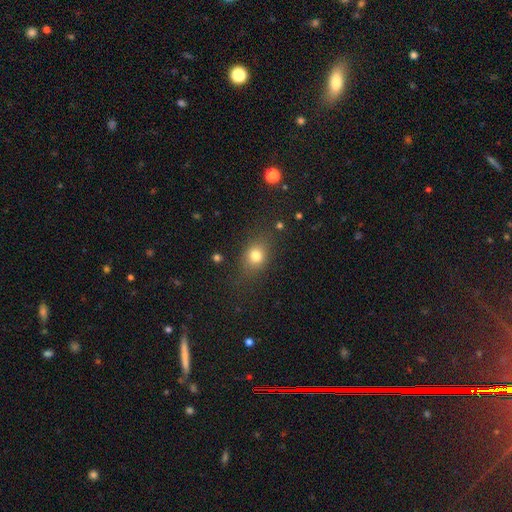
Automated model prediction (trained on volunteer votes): Smooth or featured?
  - smooth: 78% *
  - star or artifact: 13%
  - featured or disk: 9%
How rounded?
  - round: 49% *
  - in between: 48%
  - cigar-shaped: 2%
Merging?
  - none: 76% *
  - minor disturbance: 15%
  - major disturbance: 6%
  - merger: 2%